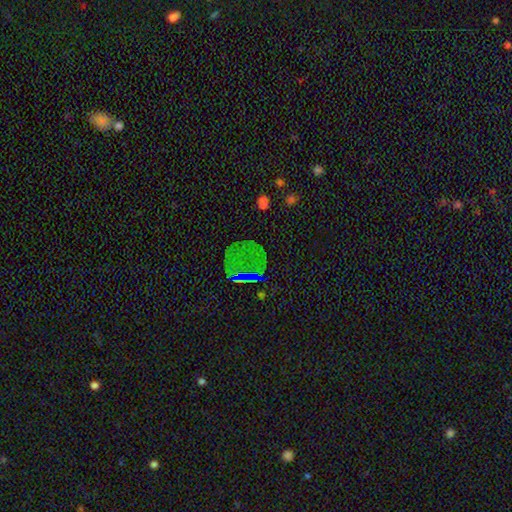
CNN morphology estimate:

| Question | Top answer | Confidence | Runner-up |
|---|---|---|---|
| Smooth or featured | star or artifact | 62% | smooth (22%) |